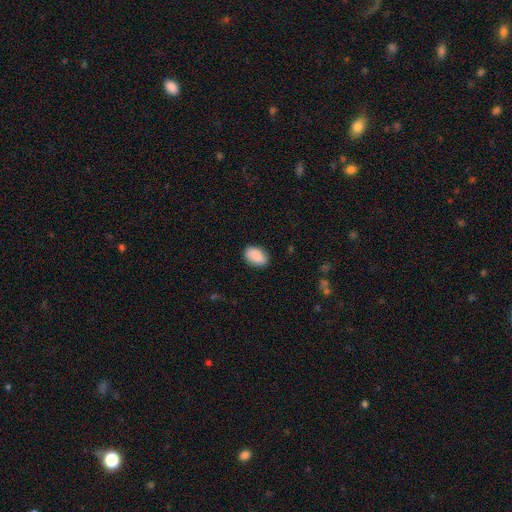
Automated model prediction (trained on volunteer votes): Overall: smooth (89%). How rounded: in between (90%). Merging: none (85%).